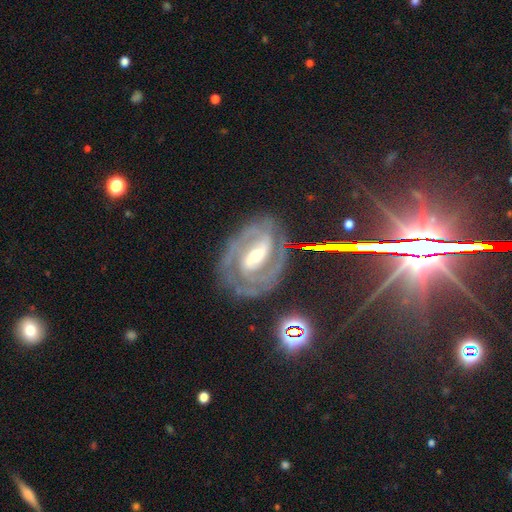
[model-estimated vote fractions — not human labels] Smooth or featured: featured or disk — 90% (star or artifact — 5%)
Edge-on disk: no — 97% (yes — 3%)
Bar: strong — 53% (weak — 36%)
Spiral arms: yes — 97% (no — 3%)
Spiral winding: tight — 54% (medium — 39%)
Spiral arm count: 2 — 69% (3 — 14%)
Bulge size: moderate — 55% (small — 37%)
Merging: none — 75% (minor disturbance — 16%)